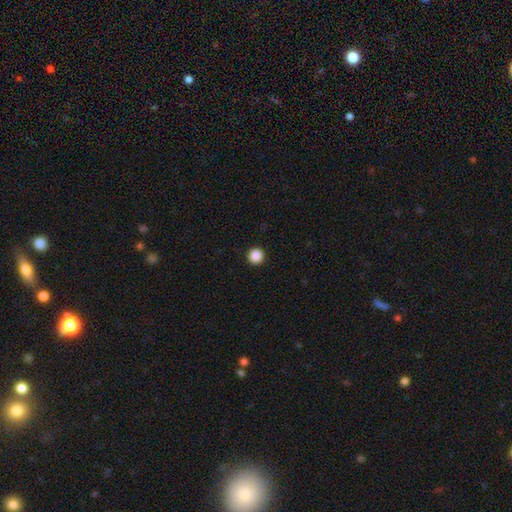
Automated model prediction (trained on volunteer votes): Smooth or featured: smooth — 88% (star or artifact — 10%)
How rounded: round — 96% (in between — 3%)
Merging: none — 94% (minor disturbance — 4%)